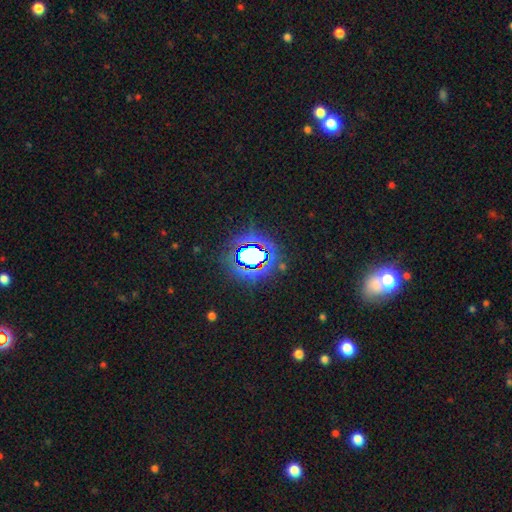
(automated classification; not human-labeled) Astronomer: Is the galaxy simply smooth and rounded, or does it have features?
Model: star or artifact — 77%.